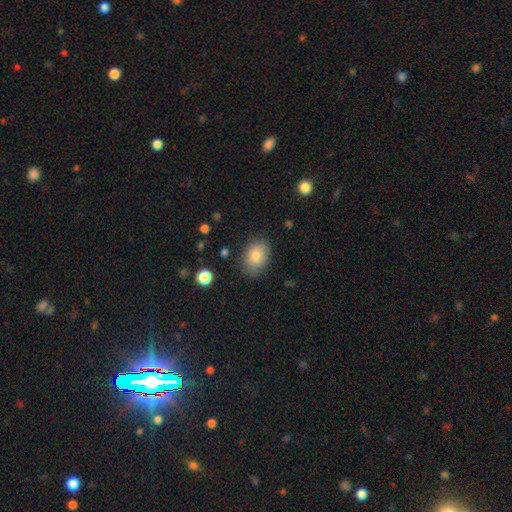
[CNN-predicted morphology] This is clearly a smooth galaxy (84%). How rounded: clearly in between (82%). Merging: clearly none (83%).